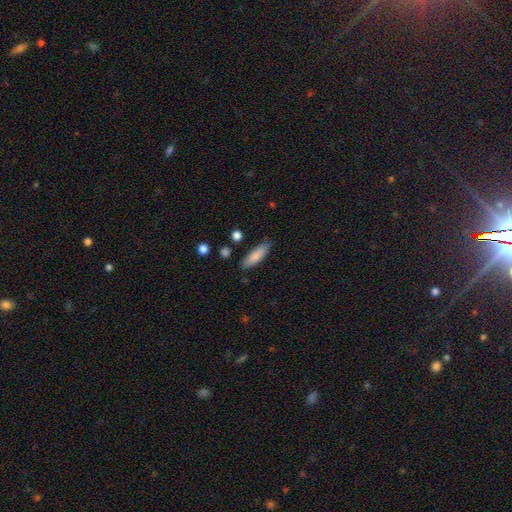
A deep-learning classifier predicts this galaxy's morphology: Smooth or featured? Predicted: smooth (p=0.83). How rounded? Predicted: cigar-shaped (p=0.54). Merging? Predicted: none (p=0.82).